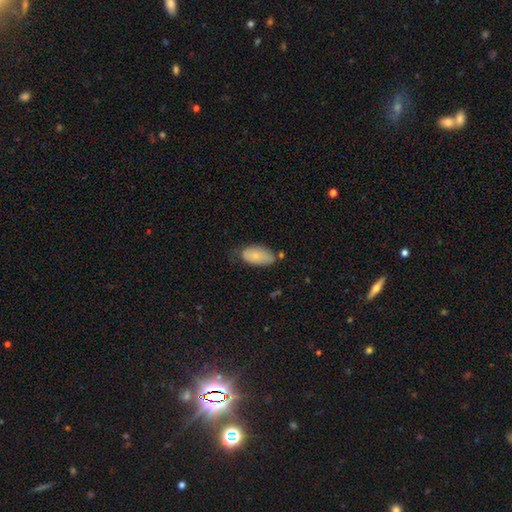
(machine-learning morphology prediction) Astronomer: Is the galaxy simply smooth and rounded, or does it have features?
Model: smooth — 75%.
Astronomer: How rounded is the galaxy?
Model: in between — 94%.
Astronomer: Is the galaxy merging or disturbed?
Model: none — 52% (runner-up: minor disturbance, 35%).